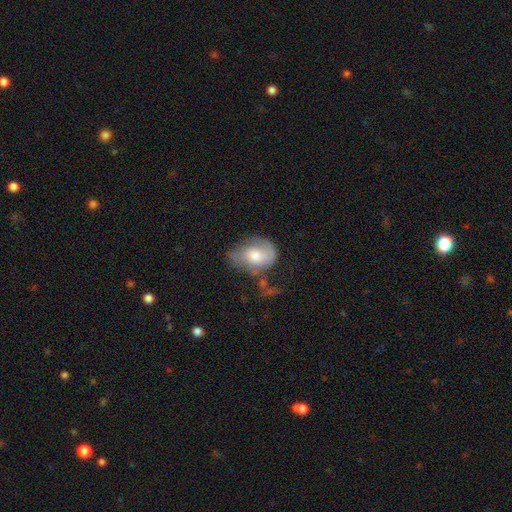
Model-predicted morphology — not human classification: Smooth or featured? smooth (47%)
Merging? none (38%)